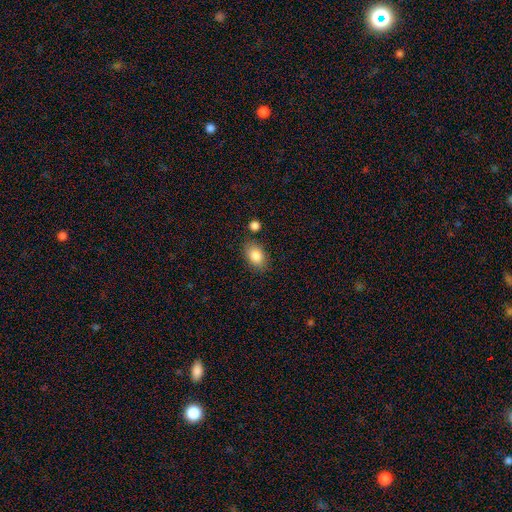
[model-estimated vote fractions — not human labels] Smooth or featured? smooth (85%)
How rounded? in between (84%)
Merging? none (81%)